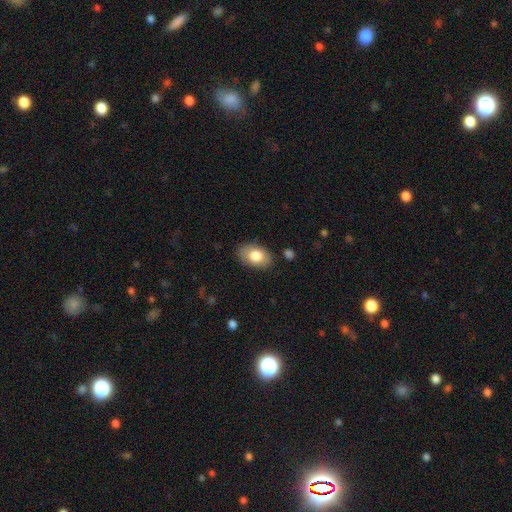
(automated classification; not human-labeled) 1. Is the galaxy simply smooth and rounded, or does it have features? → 79% smooth, 14% featured or disk, 7% star or artifact.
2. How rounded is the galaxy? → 88% in between, 11% round, 1% cigar-shaped.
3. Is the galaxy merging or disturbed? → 83% none, 12% minor disturbance, 3% major disturbance, 2% merger.